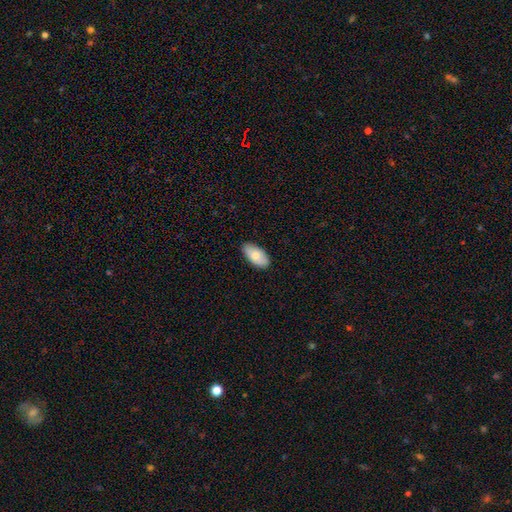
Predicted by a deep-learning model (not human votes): Smooth or featured? smooth (81%)
How rounded? in between (94%)
Merging? none (86%)